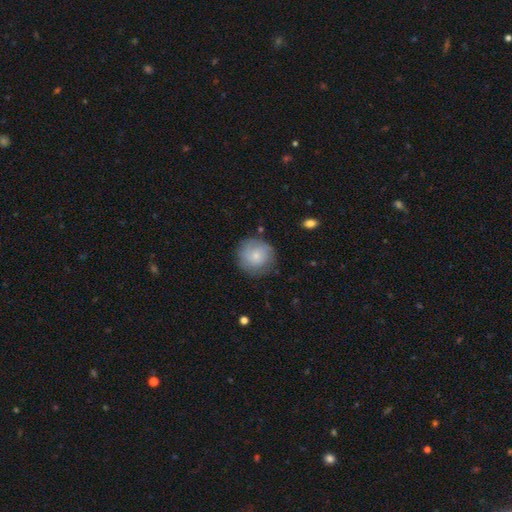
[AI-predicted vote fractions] This appears to be a smooth galaxy with no disk features (70%) that is round (93%). Merging: none (77%).